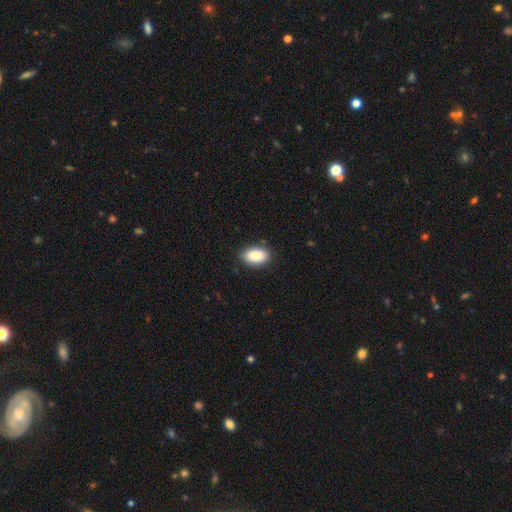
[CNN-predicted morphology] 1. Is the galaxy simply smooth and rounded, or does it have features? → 89% smooth, 7% star or artifact, 4% featured or disk.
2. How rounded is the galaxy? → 93% in between, 5% round, 2% cigar-shaped.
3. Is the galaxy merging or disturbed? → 86% none, 11% minor disturbance, 2% major disturbance, 1% merger.